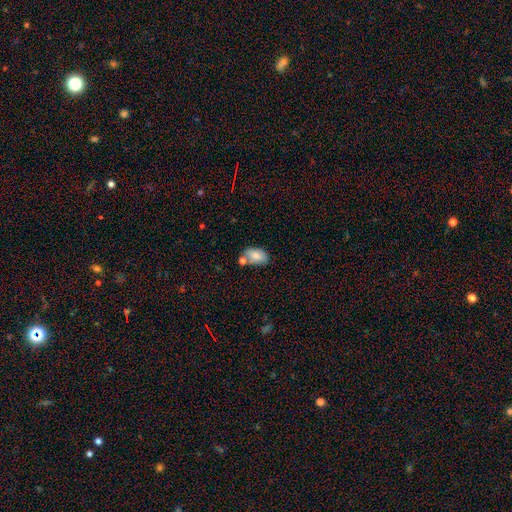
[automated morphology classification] Overall: smooth (81%). How rounded: in between (91%). Merging: none (57%; minor disturbance 19%).